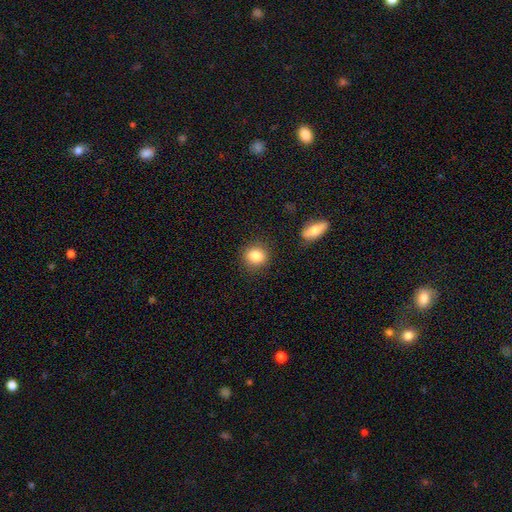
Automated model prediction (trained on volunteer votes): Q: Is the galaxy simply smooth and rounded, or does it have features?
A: smooth — 84%.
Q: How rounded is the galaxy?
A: round — 80%.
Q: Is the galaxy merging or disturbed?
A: none — 87%.